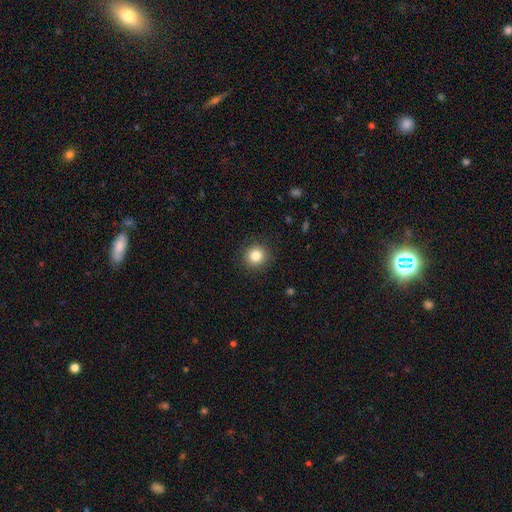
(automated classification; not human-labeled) Smooth or featured?
  - smooth: 83% *
  - star or artifact: 11%
  - featured or disk: 6%
How rounded?
  - round: 93% *
  - in between: 6%
  - cigar-shaped: 1%
Merging?
  - none: 91% *
  - minor disturbance: 6%
  - major disturbance: 2%
  - merger: 1%